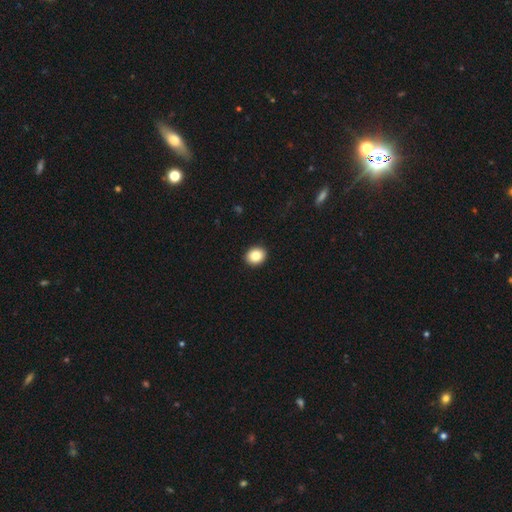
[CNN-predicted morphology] Smooth or featured: smooth — 85% (star or artifact — 9%)
How rounded: round — 60% (in between — 39%)
Merging: none — 92% (minor disturbance — 5%)